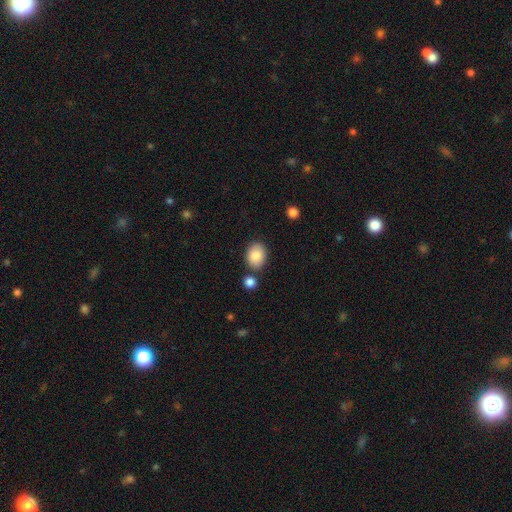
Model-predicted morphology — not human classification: The model was most divided on "how rounded": in between: 62%, round: 37%, cigar-shaped: 1%. More confident: smooth or featured — smooth (87%); merging — none (78%).